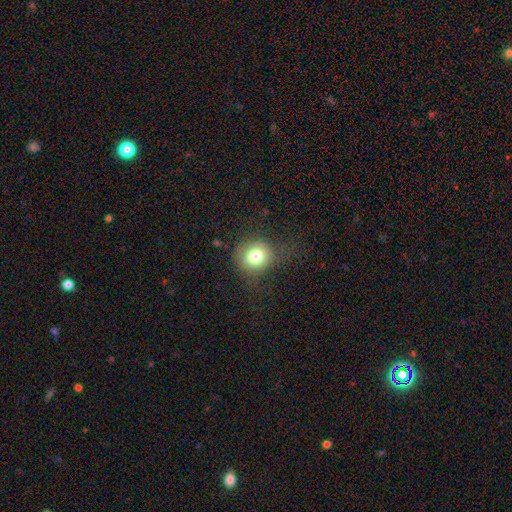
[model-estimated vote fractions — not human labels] Smooth or featured: smooth — 76% (star or artifact — 14%)
How rounded: round — 84% (in between — 15%)
Merging: none — 66% (minor disturbance — 22%)